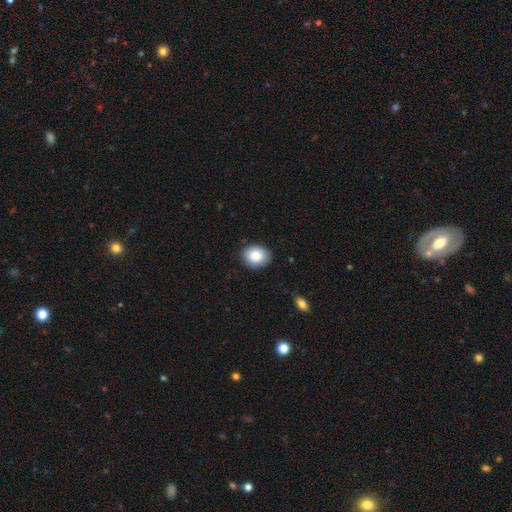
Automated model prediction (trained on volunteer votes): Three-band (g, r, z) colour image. It shows a smooth galaxy with no disk features (84%) that is round (54%). Merging: none (87%).